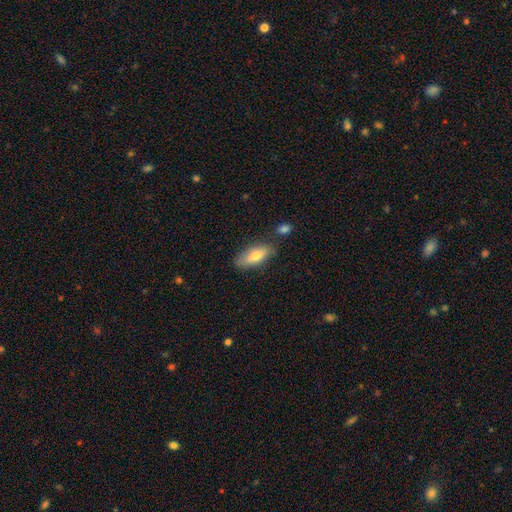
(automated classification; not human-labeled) Overall: smooth (75%). How rounded: in between (75%). Merging: none (74%).